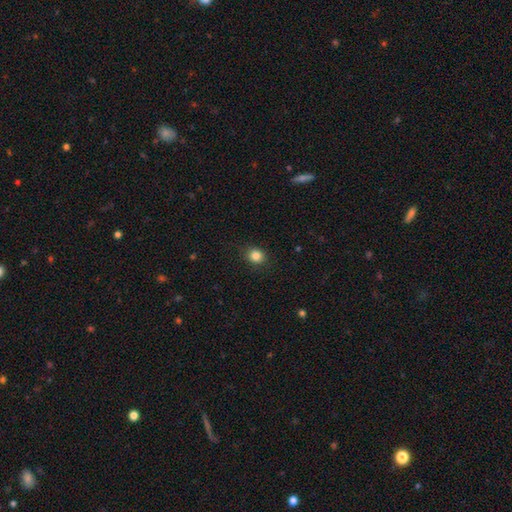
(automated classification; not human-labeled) Morphology: type=smooth (85%); roundness=round (76%); merging=none (88%).